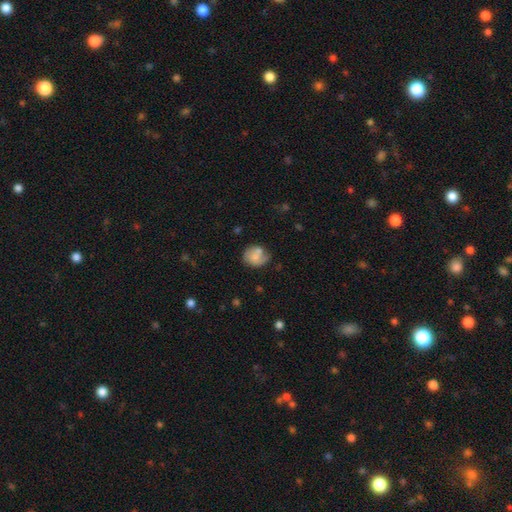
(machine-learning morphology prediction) The model was most divided on "merging": none: 47%, minor disturbance: 25%, merger: 16%, major disturbance: 12%. More confident: how rounded — round (66%); smooth or featured — smooth (57%).